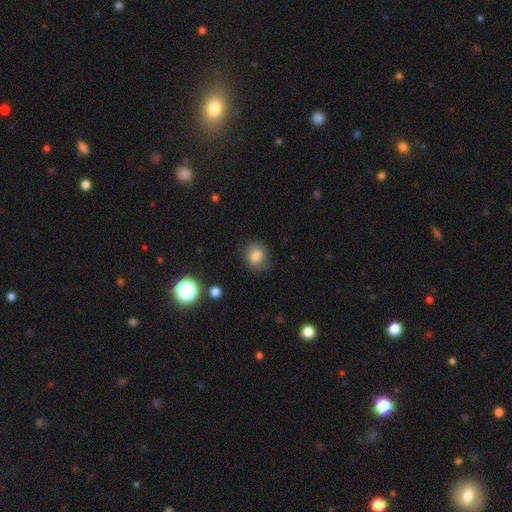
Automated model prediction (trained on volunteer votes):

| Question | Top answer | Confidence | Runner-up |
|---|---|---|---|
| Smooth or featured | smooth | 81% | star or artifact (11%) |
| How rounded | round | 67% | in between (32%) |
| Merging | none | 81% | minor disturbance (13%) |